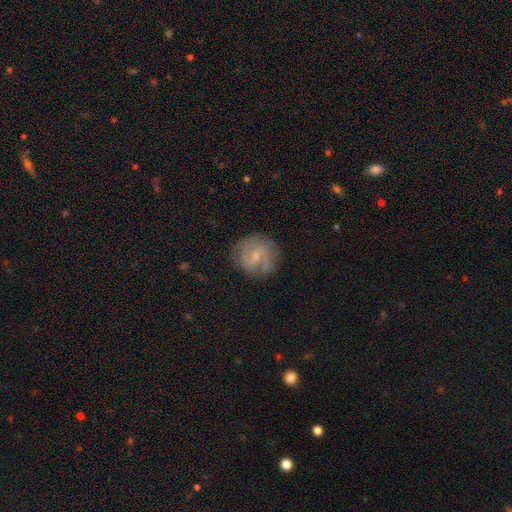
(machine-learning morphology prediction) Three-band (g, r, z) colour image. It shows a featured or disk galaxy (77%) with a weak bar (54%), 2 (64%) medium (46%) spiral arms (93%) and a small central bulge (62%). Merging: none (77%).